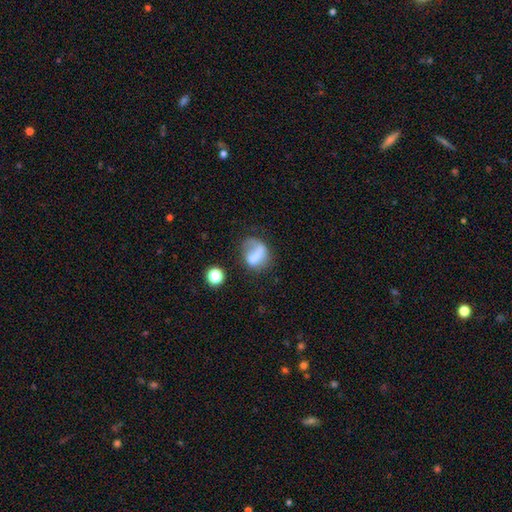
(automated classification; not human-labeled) This appears to be a smooth galaxy with no disk features (59%) that is round (55%). Merging: major disturbance (34%, tied with none).